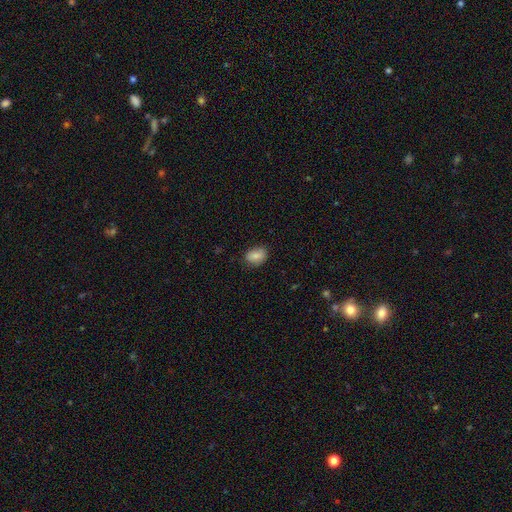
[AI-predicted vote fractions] This is clearly a smooth galaxy (84%). How rounded: likely in between (77%). Merging: likely none (77%).